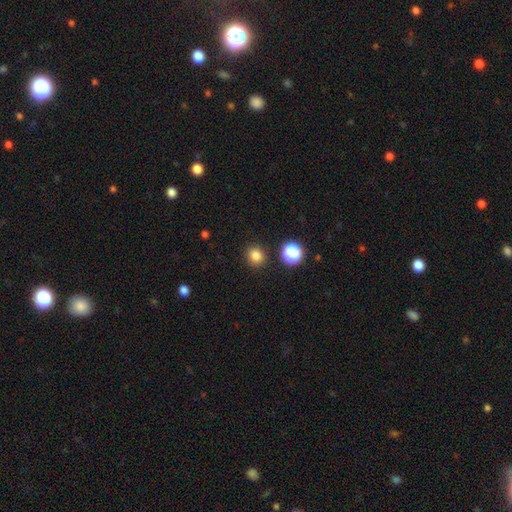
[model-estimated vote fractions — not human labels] This appears to be a smooth galaxy with no disk features (82%) that is round (84%). Merging: none (89%).